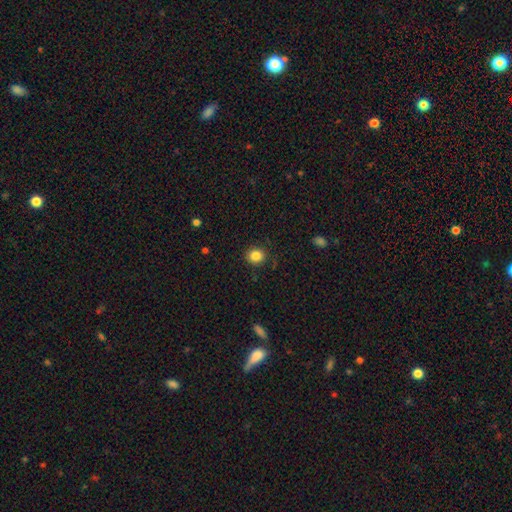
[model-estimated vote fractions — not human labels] A smooth galaxy with no disk features (85%) that is round (78%). Merging: none (88%).